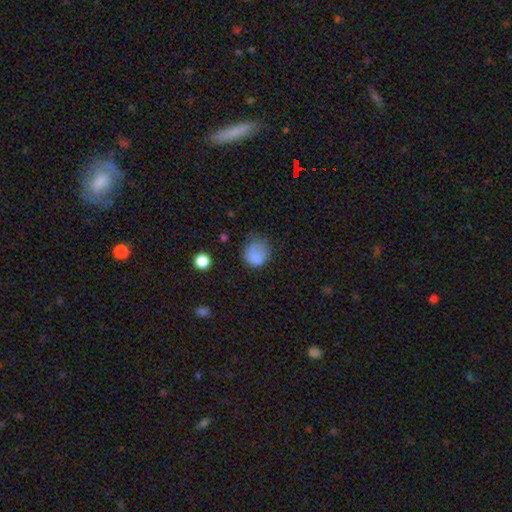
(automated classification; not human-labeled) The model was most divided on "merging": none: 51%, minor disturbance: 30%, major disturbance: 17%, merger: 3%. More confident: smooth or featured — smooth (79%); how rounded — round (75%).